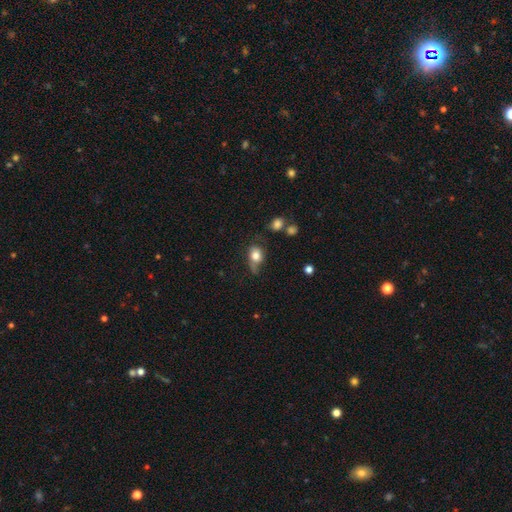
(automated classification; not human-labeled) A smooth galaxy with no disk features (76%) that is in between round and cigar-shaped (59%). Merging: none (39%).